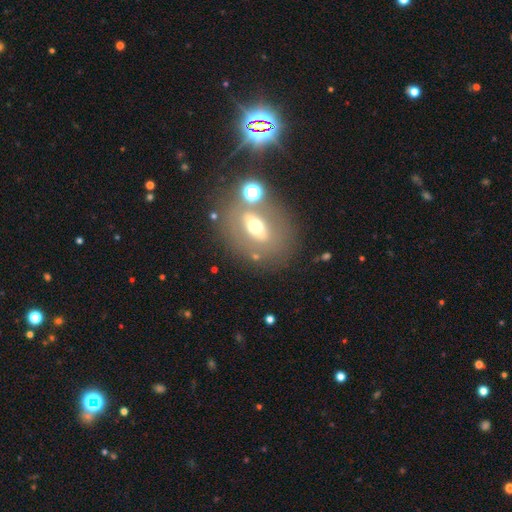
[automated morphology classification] This is marginally a featured or disk galaxy (41%). Merging: likely none (66%).